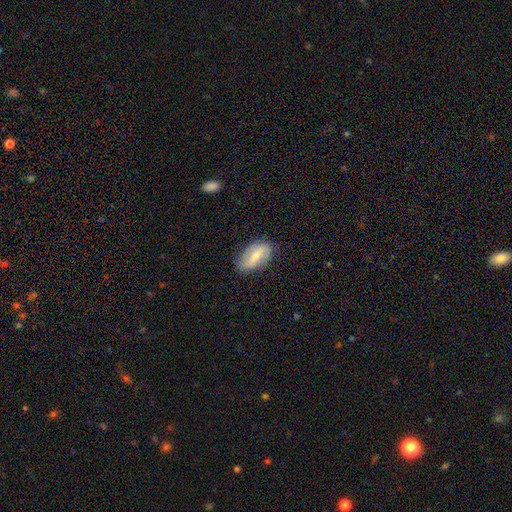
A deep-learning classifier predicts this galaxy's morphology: This appears to be a featured or disk galaxy (50%). Merging: none (78%).